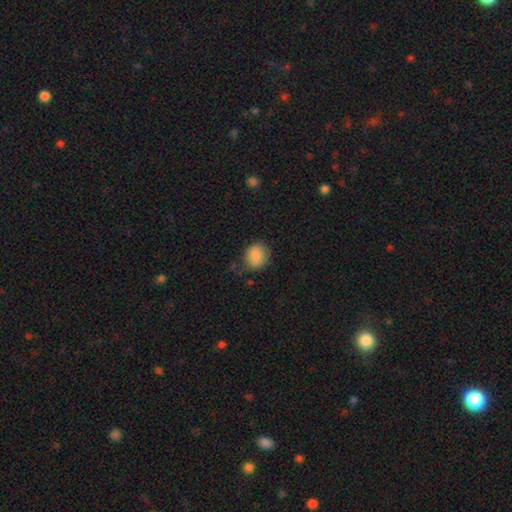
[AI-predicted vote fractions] Q: Smooth or featured?
A: smooth (86%); runner-up: star or artifact (8%)
Q: How rounded?
A: round (63%); runner-up: in between (36%)
Q: Merging?
A: none (69%); runner-up: minor disturbance (23%)